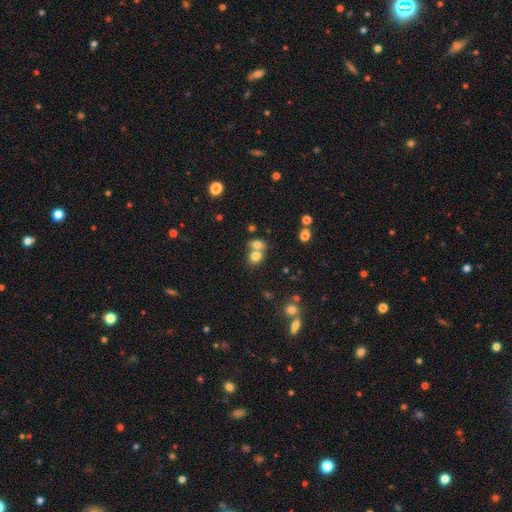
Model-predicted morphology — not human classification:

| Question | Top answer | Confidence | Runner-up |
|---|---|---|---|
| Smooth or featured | smooth | 76% | star or artifact (13%) |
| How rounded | round | 58% | in between (40%) |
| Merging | merger | 57% | none (33%) |